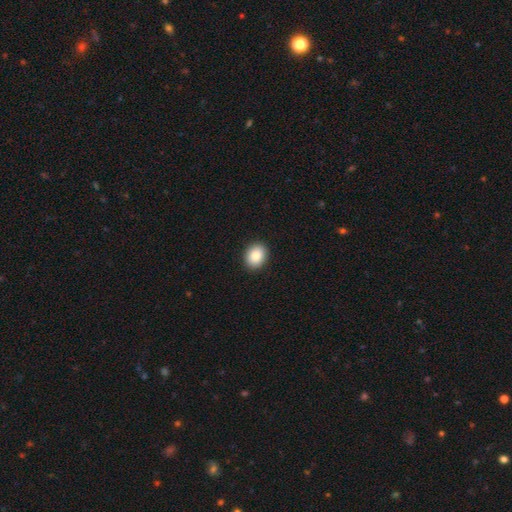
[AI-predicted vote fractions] smooth-or-featured: smooth: 85% | star or artifact: 8% | featured or disk: 7%
  how-rounded: round: 50% | in between: 49% | cigar-shaped: 1%
  merging: none: 91% | minor disturbance: 6% | major disturbance: 2% | merger: 1%